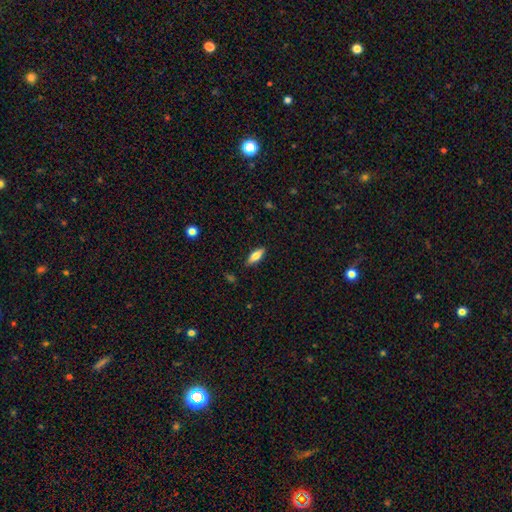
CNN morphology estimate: Smooth or featured? smooth (73%)
How rounded? in between (64%)
Merging? none (86%)